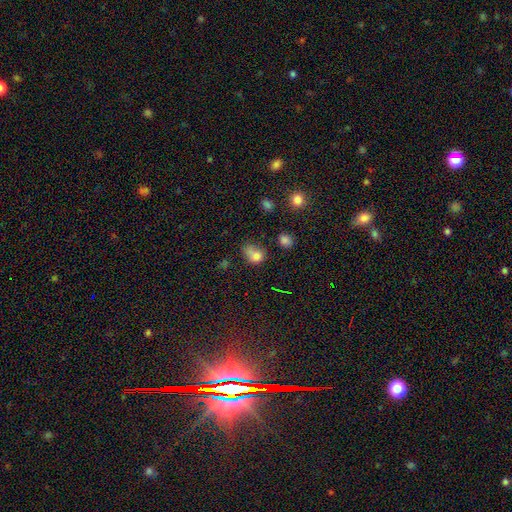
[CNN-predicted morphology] Smooth or featured?
  - smooth: 74% *
  - star or artifact: 16%
  - featured or disk: 9%
How rounded?
  - in between: 57% *
  - round: 42%
  - cigar-shaped: 2%
Merging?
  - none: 37% *
  - minor disturbance: 29%
  - major disturbance: 19%
  - merger: 15%